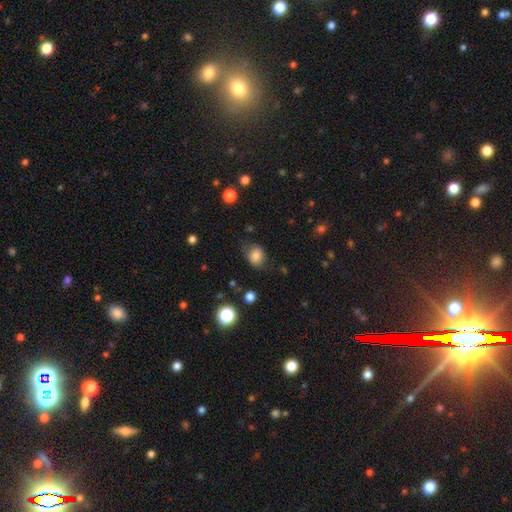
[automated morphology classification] type=smooth (78%); roundness=round (53%); merging=none (66%).